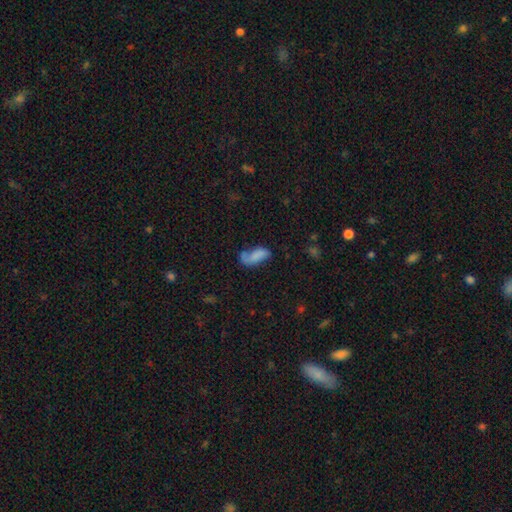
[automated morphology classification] A smooth galaxy with no disk features (68%) that is in between round and cigar-shaped (85%).

Vote fractions:
- Smooth or featured? smooth: 68% / featured or disk: 23% / star or artifact: 9%
- How rounded? in between: 85% / cigar-shaped: 12% / round: 3%
- Merging? none: 39% / minor disturbance: 27% / major disturbance: 24% / merger: 11%